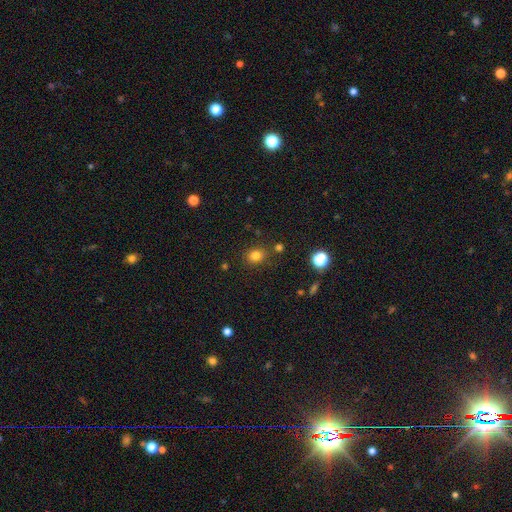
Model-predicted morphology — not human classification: Smooth or featured? Predicted: smooth (p=0.79). How rounded? Predicted: round (p=0.72). Merging? Predicted: none (p=0.79).